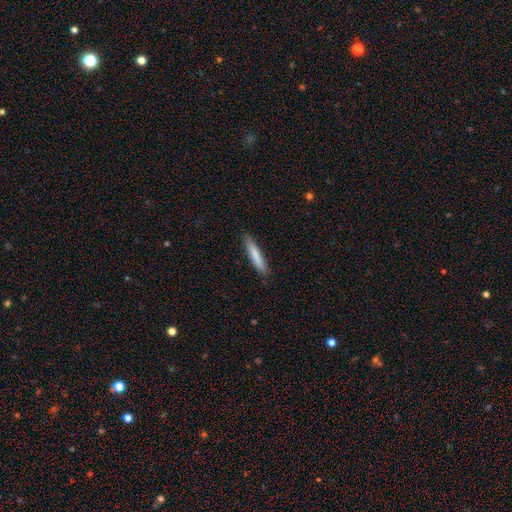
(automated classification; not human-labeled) smooth-or-featured: smooth: 80% | featured or disk: 15% | star or artifact: 6%
  how-rounded: cigar-shaped: 92% | in between: 6% | round: 1%
  merging: none: 88% | minor disturbance: 10% | major disturbance: 2% | merger: 1%